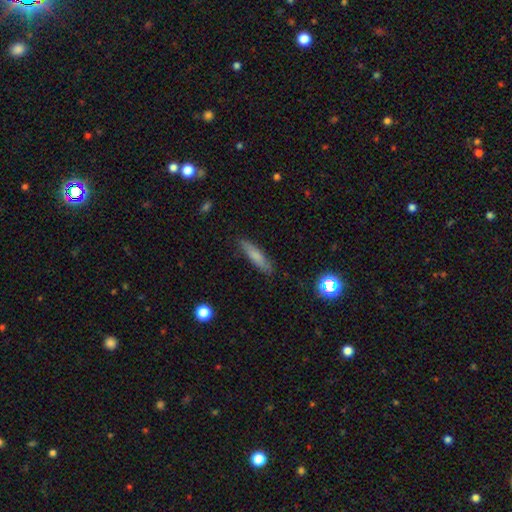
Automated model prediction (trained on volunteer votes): Smooth or featured?
  - smooth: 75% *
  - featured or disk: 17%
  - star or artifact: 8%
How rounded?
  - cigar-shaped: 82% *
  - in between: 17%
  - round: 2%
Merging?
  - none: 87% *
  - minor disturbance: 10%
  - major disturbance: 2%
  - merger: 1%